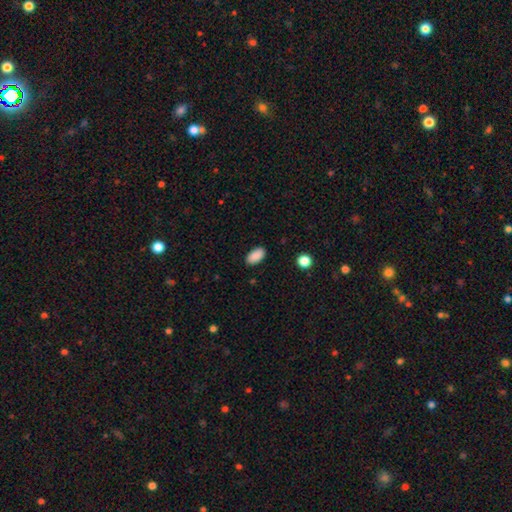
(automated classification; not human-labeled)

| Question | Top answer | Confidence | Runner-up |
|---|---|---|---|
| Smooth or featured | smooth | 89% | star or artifact (8%) |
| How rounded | in between | 94% | round (4%) |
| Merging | none | 87% | minor disturbance (9%) |